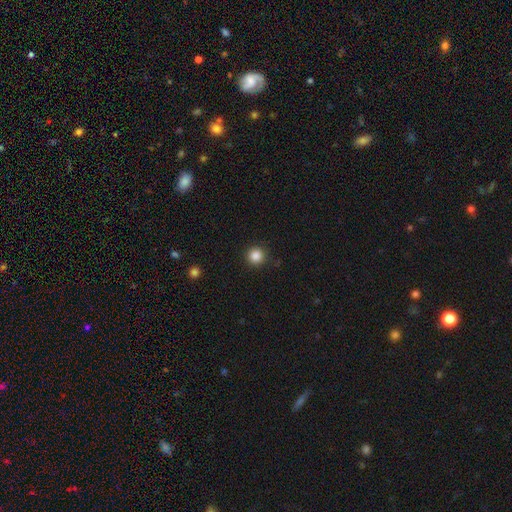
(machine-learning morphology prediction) This appears to be a smooth galaxy with no disk features (86%) that is round (95%). Merging: none (91%).